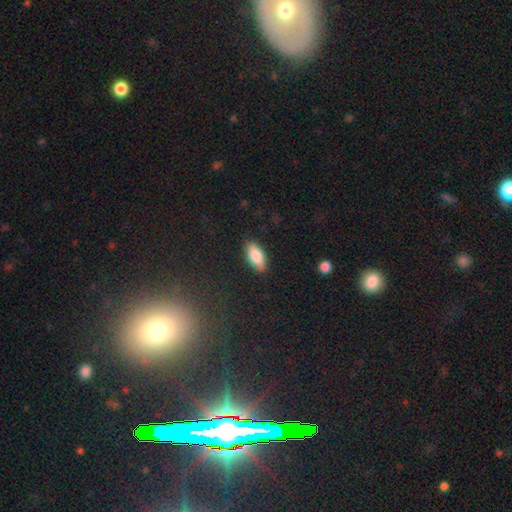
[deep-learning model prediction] Smooth or featured: smooth — 84% (featured or disk — 9%)
How rounded: in between — 87% (cigar-shaped — 11%)
Merging: none — 84% (minor disturbance — 12%)